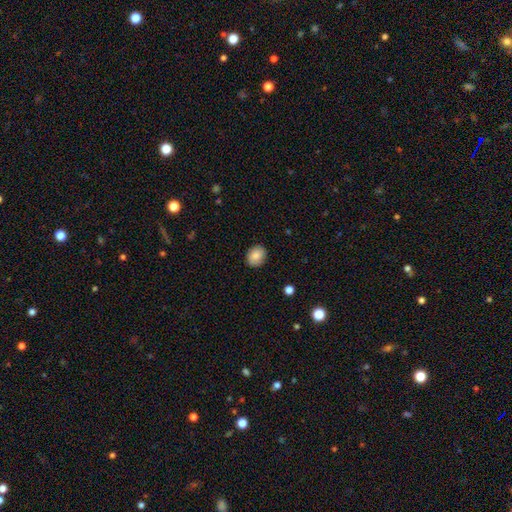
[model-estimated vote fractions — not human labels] smooth 86%, star or artifact 8%, featured or disk 7%. Down the decision tree: how rounded — round (56%); merging — none (88%).